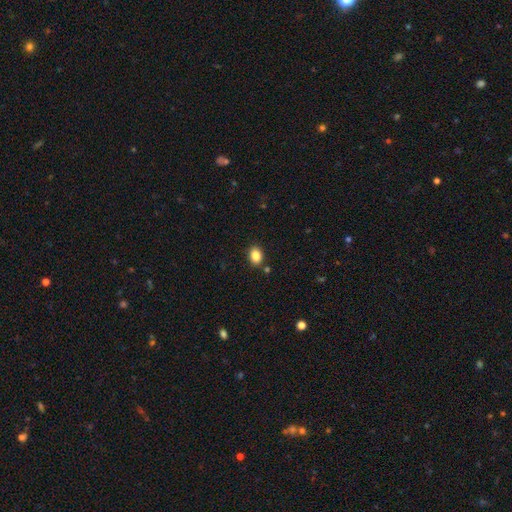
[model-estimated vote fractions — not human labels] A smooth galaxy with no disk features (87%) that is in between round and cigar-shaped (73%).

Vote fractions:
- Smooth or featured? smooth: 87% / star or artifact: 9% / featured or disk: 5%
- How rounded? in between: 73% / round: 26% / cigar-shaped: 1%
- Merging? none: 85% / minor disturbance: 9% / merger: 4% / major disturbance: 2%